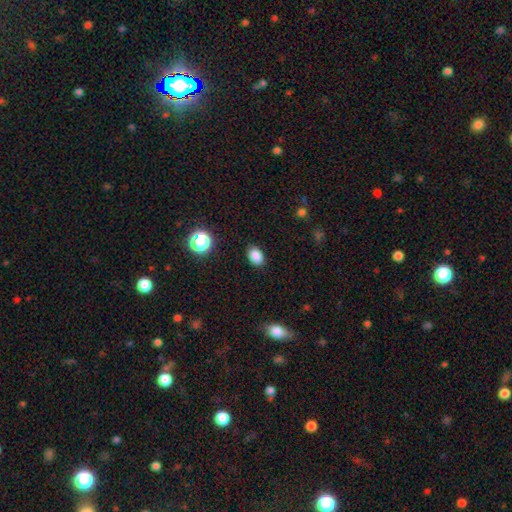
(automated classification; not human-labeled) Smooth or featured? smooth (85%)
How rounded? in between (80%)
Merging? none (87%)